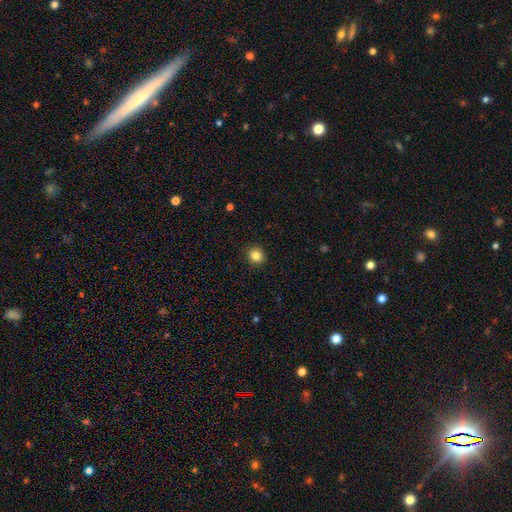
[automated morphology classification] smooth 84%, star or artifact 11%, featured or disk 5%. Down the decision tree: how rounded — round (78%); merging — none (89%).